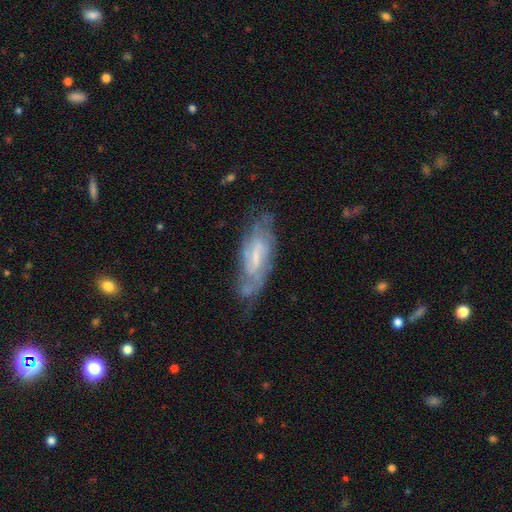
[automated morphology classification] Overall: featured or disk (75%). Edge-on disk: no (86%). Bar: weak (51%; no 30%). Spiral arms: yes (86%). Spiral arm count: can't tell (46%; 2 30%). Spiral winding: tight (49%; medium 39%). Bulge size: small (47%; moderate 29%). Merging: none (63%; minor disturbance 24%).